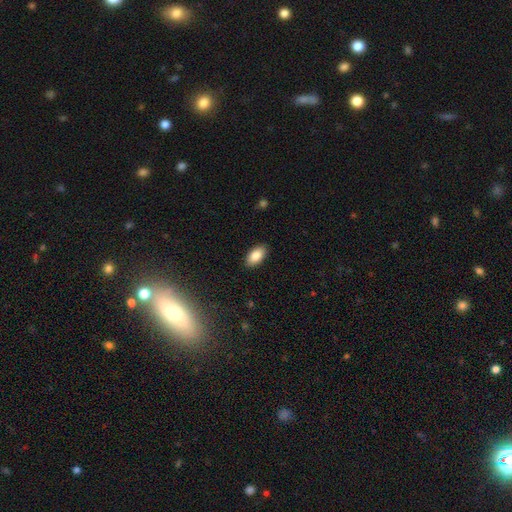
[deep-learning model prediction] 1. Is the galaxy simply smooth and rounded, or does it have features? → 85% smooth, 8% featured or disk, 7% star or artifact.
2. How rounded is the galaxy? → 93% in between, 4% round, 3% cigar-shaped.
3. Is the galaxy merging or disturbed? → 89% none, 8% minor disturbance, 2% major disturbance, 1% merger.